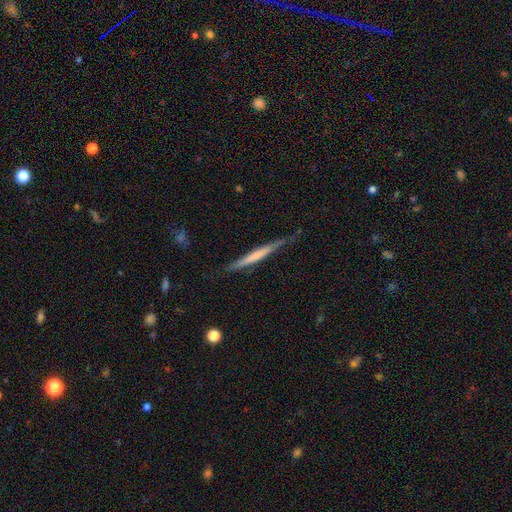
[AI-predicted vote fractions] smooth-or-featured: featured or disk: 49% | smooth: 46% | star or artifact: 5%
  merging: none: 74% | minor disturbance: 20% | major disturbance: 4% | merger: 2%